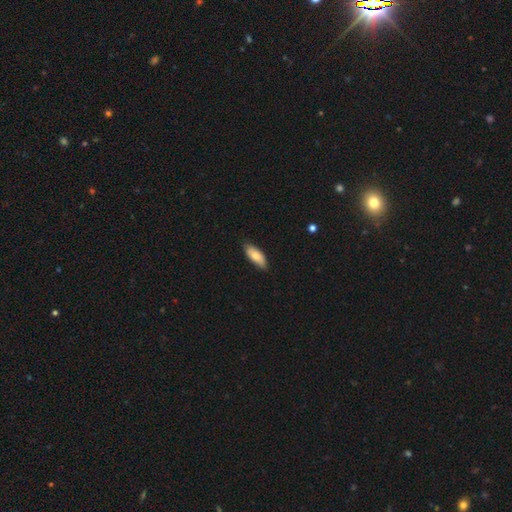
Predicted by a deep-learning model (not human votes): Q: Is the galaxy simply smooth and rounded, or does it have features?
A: smooth — 78%.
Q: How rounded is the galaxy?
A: in between — 78%.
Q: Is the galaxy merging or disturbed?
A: none — 80%.